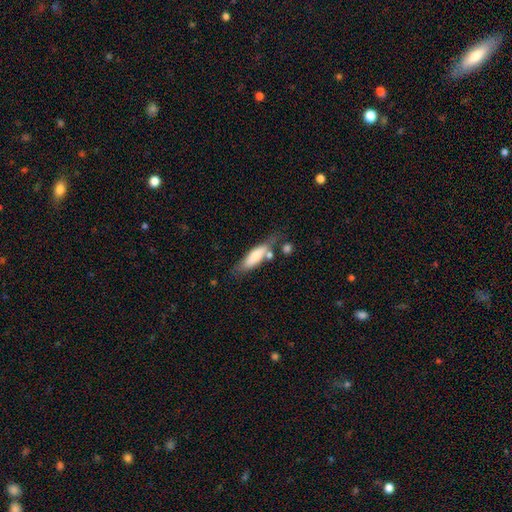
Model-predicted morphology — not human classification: This is likely a smooth galaxy (71%). How rounded: possibly cigar-shaped (51%). Merging: possibly none (53%).